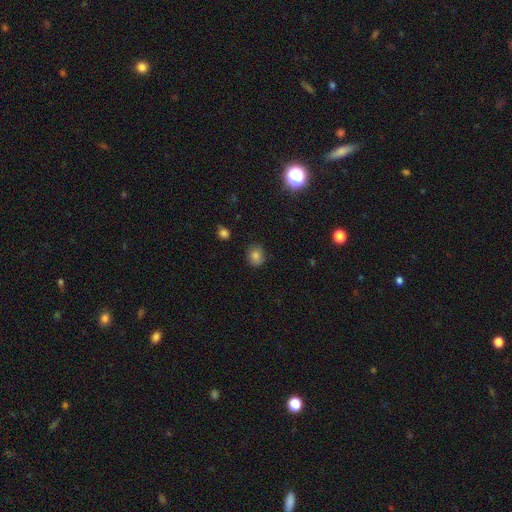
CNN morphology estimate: type=smooth (81%); roundness=round (66%); merging=none (82%).